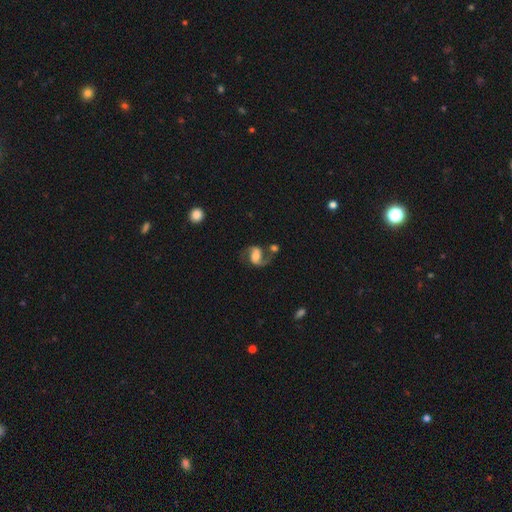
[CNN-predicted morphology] smooth_or_featured: featured or disk (p=0.77) [alt: smooth p=0.16]
disk_edge_on: no (p=0.97) [alt: yes p=0.03]
bar: weak (p=0.43) [alt: no p=0.31]
has_spiral_arms: yes (p=0.93) [alt: no p=0.07]
spiral_winding: loose (p=0.52) [alt: medium p=0.39]
spiral_arm_count: 2 (p=0.87) [alt: 1 p=0.08]
bulge_size: moderate (p=0.47) [alt: large p=0.23]
merging: none (p=0.53) [alt: merger p=0.17]